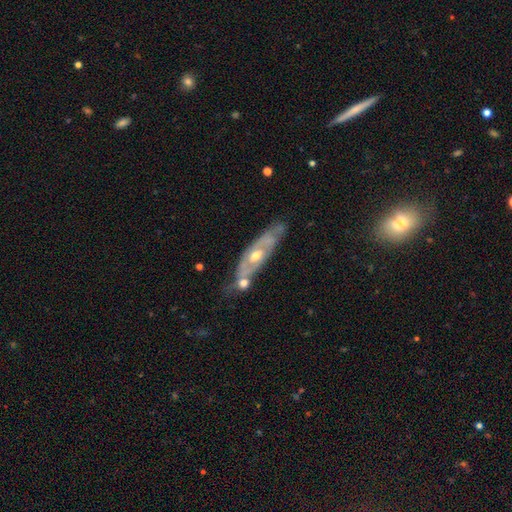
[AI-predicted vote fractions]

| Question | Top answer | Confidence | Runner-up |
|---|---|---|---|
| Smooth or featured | featured or disk | 76% | smooth (19%) |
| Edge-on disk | no | 73% | yes (27%) |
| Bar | no | 72% | weak (22%) |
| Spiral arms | yes | 64% | no (36%) |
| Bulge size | moderate | 64% | small (31%) |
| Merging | none | 58% | minor disturbance (22%) |